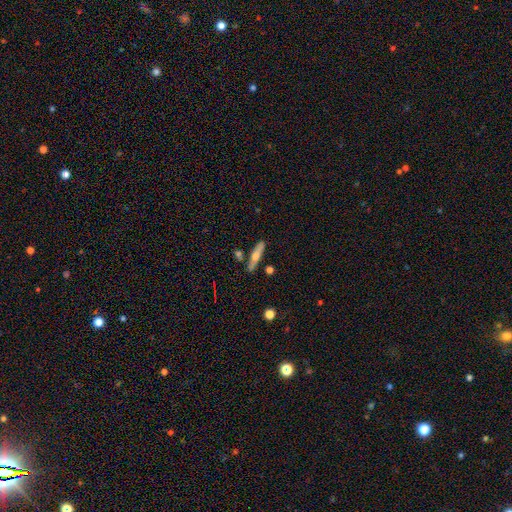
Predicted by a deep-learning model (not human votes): Smooth or featured: smooth — 53% (featured or disk — 40%)
How rounded: cigar-shaped — 80% (in between — 17%)
Merging: none — 79% (minor disturbance — 12%)